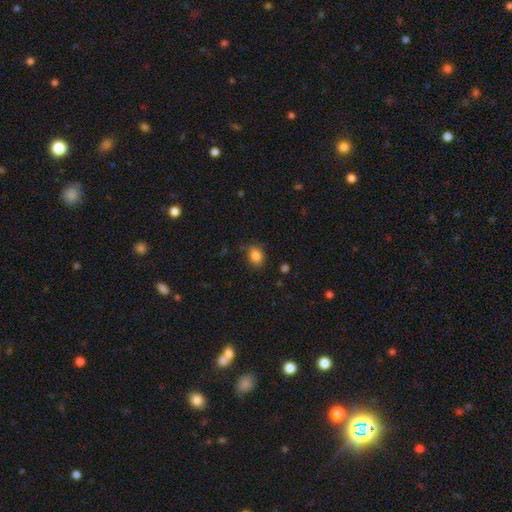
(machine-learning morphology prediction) Smooth or featured?
  - smooth: 85% *
  - star or artifact: 10%
  - featured or disk: 5%
How rounded?
  - in between: 63% *
  - round: 36%
  - cigar-shaped: 1%
Merging?
  - none: 77% *
  - minor disturbance: 17%
  - major disturbance: 4%
  - merger: 2%